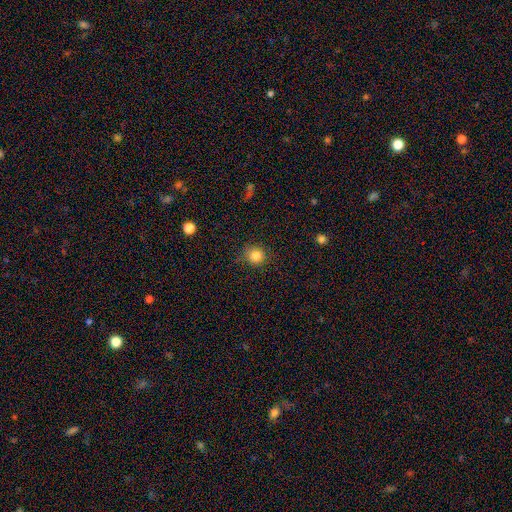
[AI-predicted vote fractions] Smooth or featured? Predicted: smooth (p=0.83). How rounded? Predicted: round (p=0.89). Merging? Predicted: none (p=0.84).